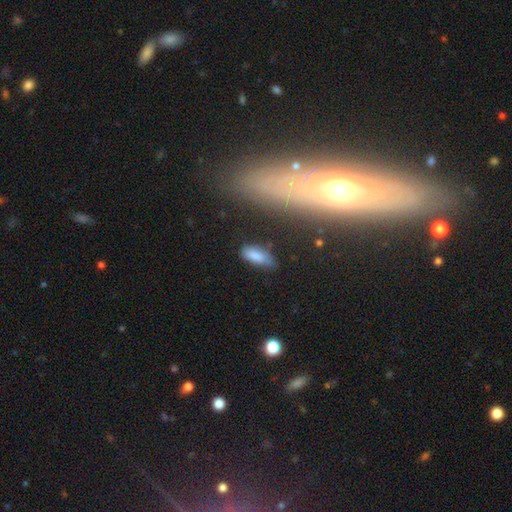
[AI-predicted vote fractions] Smooth or featured? Predicted: smooth (p=0.80). How rounded? Predicted: in between (p=0.79). Merging? Predicted: none (p=0.57).